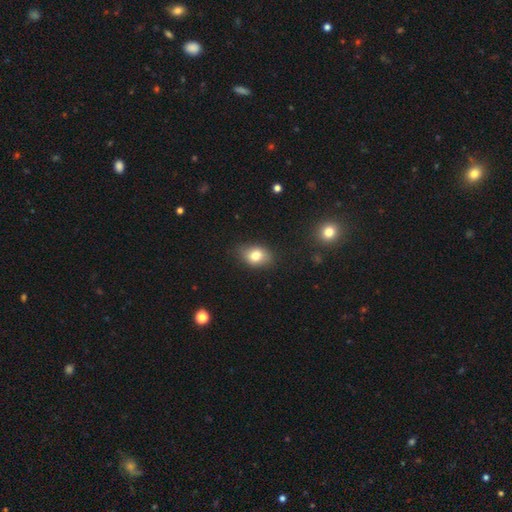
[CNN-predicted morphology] A smooth galaxy with no disk features (79%) that is in between round and cigar-shaped (76%).

Vote fractions:
- Smooth or featured? smooth: 79% / featured or disk: 12% / star or artifact: 10%
- How rounded? in between: 76% / round: 23% / cigar-shaped: 1%
- Merging? none: 80% / minor disturbance: 15% / major disturbance: 3% / merger: 1%